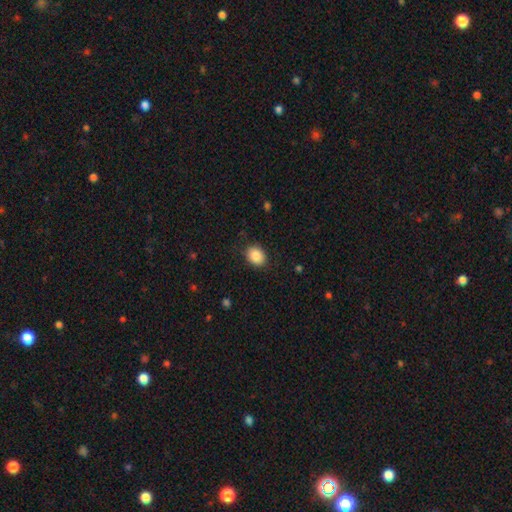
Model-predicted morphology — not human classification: Smooth or featured?
  - smooth: 86% *
  - star or artifact: 8%
  - featured or disk: 6%
How rounded?
  - in between: 52% *
  - round: 48%
  - cigar-shaped: 1%
Merging?
  - none: 86% *
  - minor disturbance: 10%
  - major disturbance: 3%
  - merger: 1%